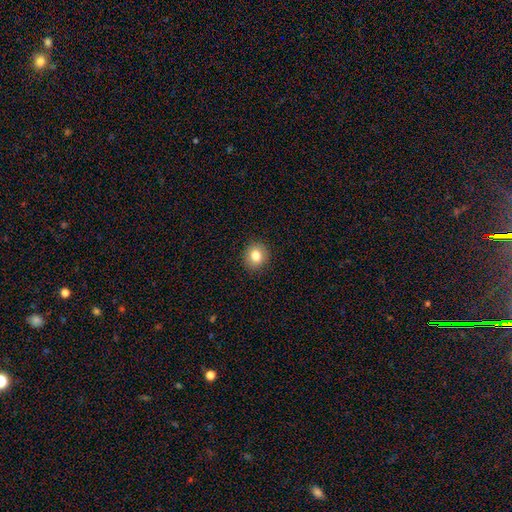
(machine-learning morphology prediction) A smooth galaxy with no disk features (82%) that is round (77%).

Vote fractions:
- Smooth or featured? smooth: 82% / star or artifact: 10% / featured or disk: 8%
- How rounded? round: 77% / in between: 22% / cigar-shaped: 1%
- Merging? none: 91% / minor disturbance: 6% / major disturbance: 2% / merger: 1%